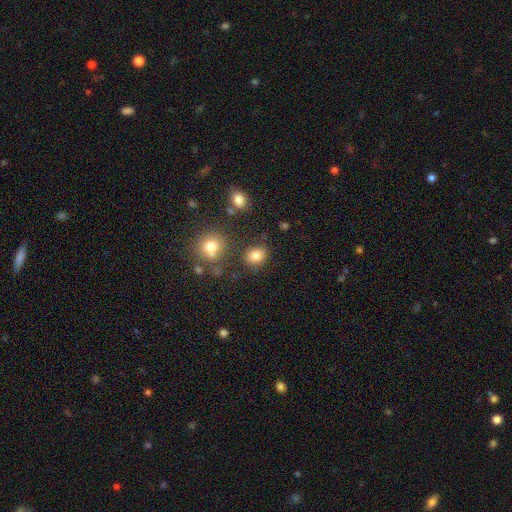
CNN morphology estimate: Smooth or featured: smooth — 82% (star or artifact — 11%)
How rounded: round — 56% (in between — 43%)
Merging: none — 81% (minor disturbance — 10%)